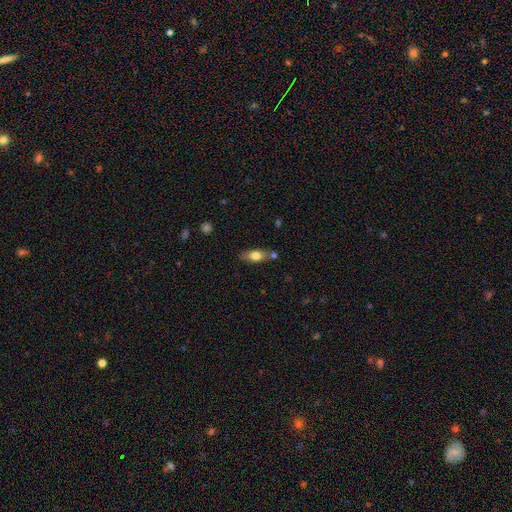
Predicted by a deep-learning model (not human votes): Morphology: type=smooth (74%); roundness=in between (79%); merging=none (68%).